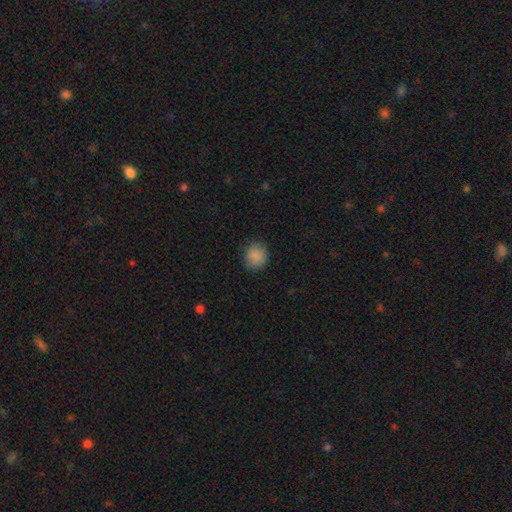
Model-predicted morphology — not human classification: smooth_or_featured: smooth (p=0.88) [alt: star or artifact p=0.09]
how_rounded: round (p=0.79) [alt: in between p=0.20]
merging: none (p=0.86) [alt: minor disturbance p=0.10]